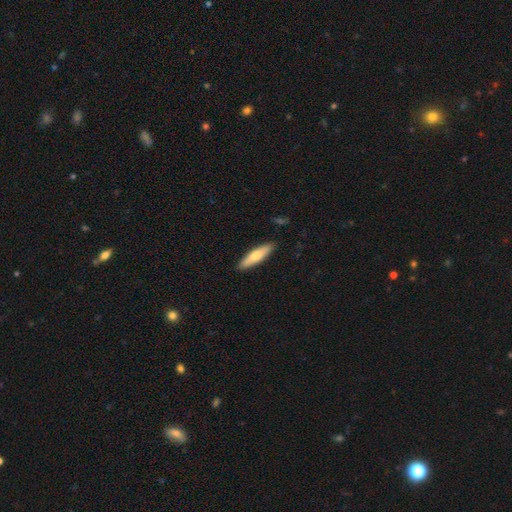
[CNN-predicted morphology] smooth 67%, featured or disk 28%, star or artifact 5%. Down the decision tree: how rounded — cigar-shaped (69%); merging — none (88%).